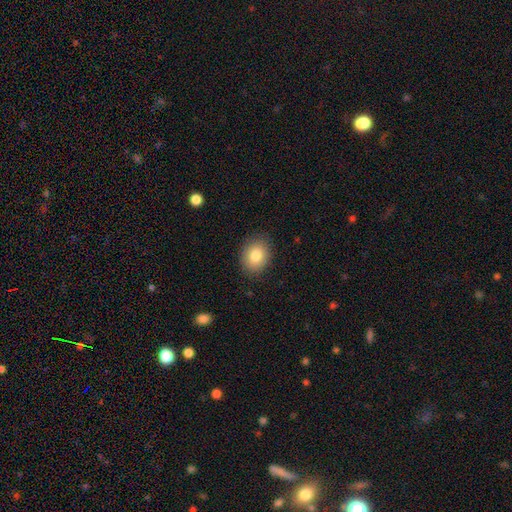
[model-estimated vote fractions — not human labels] This appears to be a smooth galaxy with no disk features (83%) that is in between round and cigar-shaped (51%). Merging: none (87%).